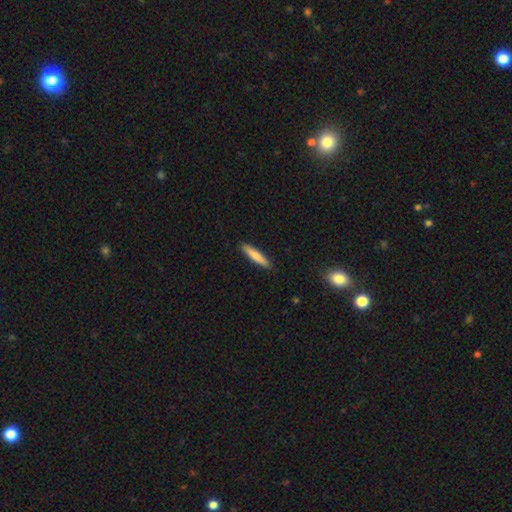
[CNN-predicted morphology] smooth 77%, featured or disk 18%, star or artifact 5%. Down the decision tree: how rounded — cigar-shaped (88%); merging — none (90%).